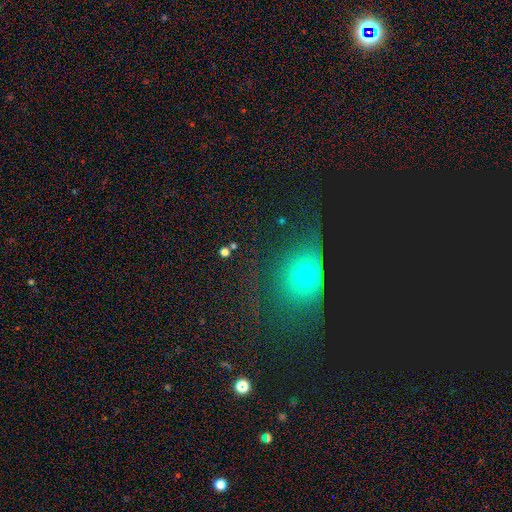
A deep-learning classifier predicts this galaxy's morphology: This appears to be a smooth galaxy with no disk features (41%). Merging: none (53%).